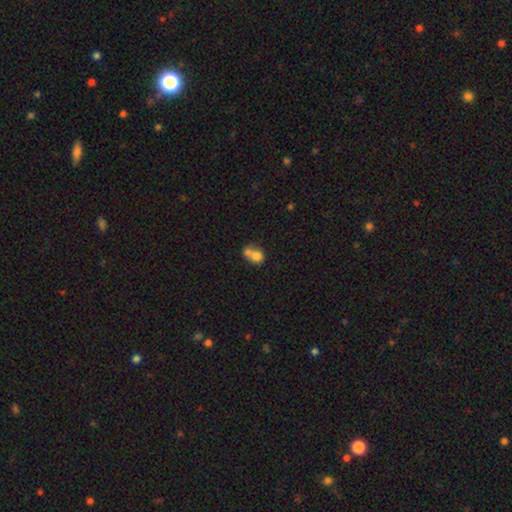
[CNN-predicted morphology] Smooth or featured? Predicted: smooth (p=0.73). How rounded? Predicted: round (p=0.62). Merging? Predicted: merger (p=0.62).